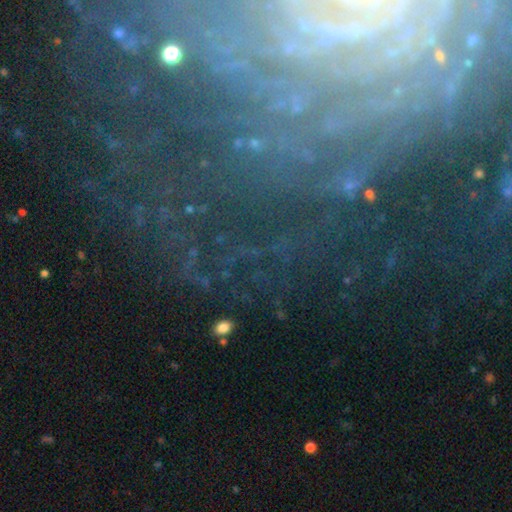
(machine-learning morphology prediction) A featured or disk galaxy (54%). Merging: none (70%).